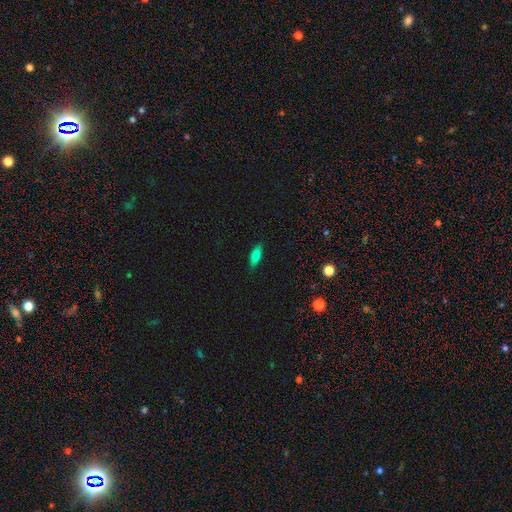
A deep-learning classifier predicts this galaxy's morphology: smooth 77%, featured or disk 15%, star or artifact 8%. Down the decision tree: how rounded — in between (66%); merging — none (86%).